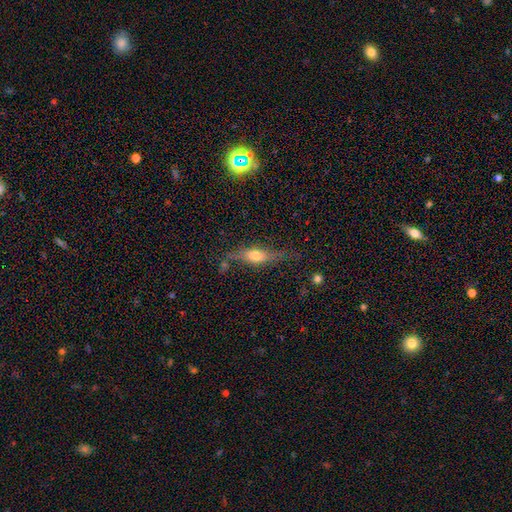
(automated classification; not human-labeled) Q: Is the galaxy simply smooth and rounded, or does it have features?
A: featured or disk — 48%.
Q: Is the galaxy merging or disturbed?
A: none — 65%.